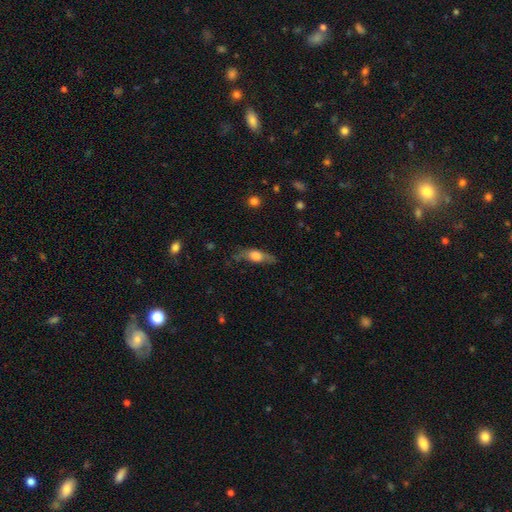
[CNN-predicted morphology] A smooth galaxy with no disk features (51%) that is in between round and cigar-shaped (56%). Merging: none (65%).